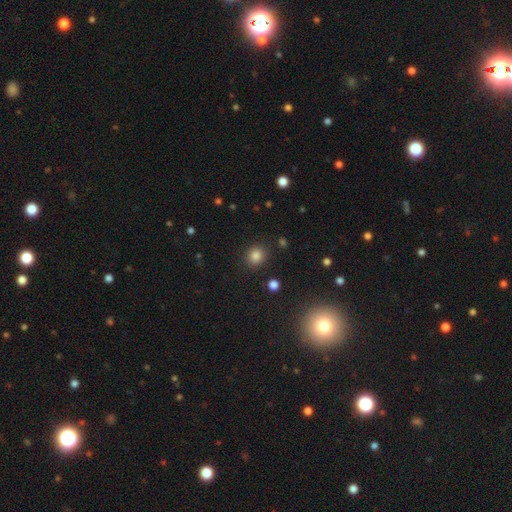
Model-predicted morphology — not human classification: Smooth or featured? Predicted: smooth (p=0.83). How rounded? Predicted: round (p=0.81). Merging? Predicted: none (p=0.87).